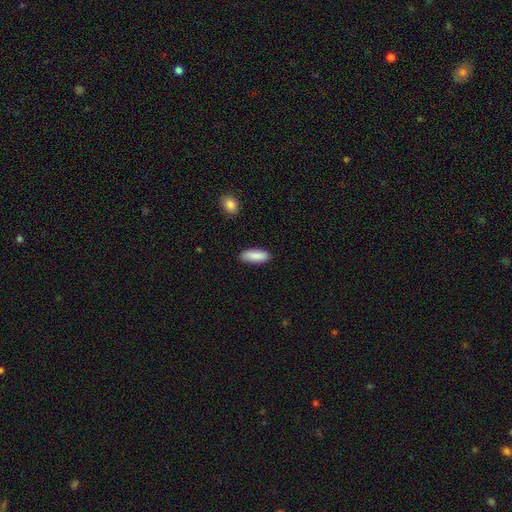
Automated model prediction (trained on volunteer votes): A smooth galaxy with no disk features (89%) that is in between round and cigar-shaped (68%). Merging: none (87%).